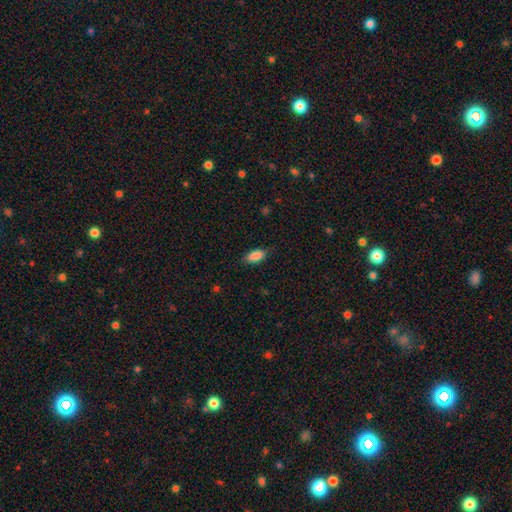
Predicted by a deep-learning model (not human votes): Smooth or featured? smooth (86%)
How rounded? in between (89%)
Merging? none (78%)